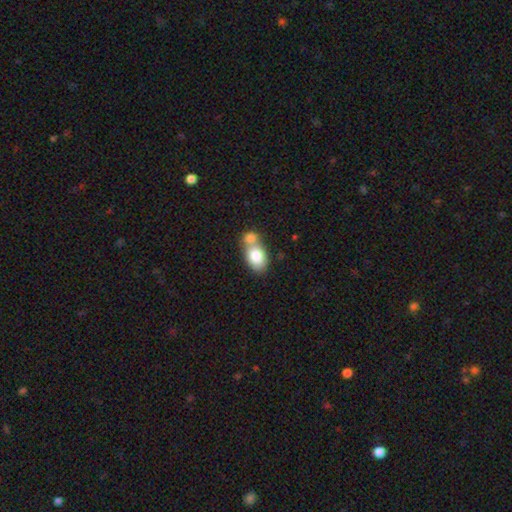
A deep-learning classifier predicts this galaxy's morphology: smooth 80%, featured or disk 13%, star or artifact 7%. Down the decision tree: how rounded — in between (86%); merging — merger (57%).